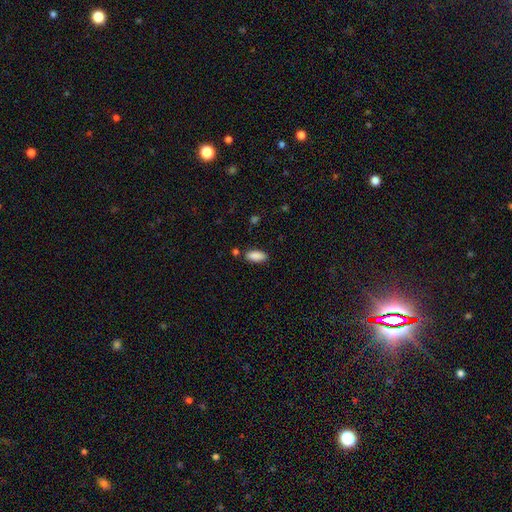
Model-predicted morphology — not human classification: smooth_or_featured: smooth (p=0.89) [alt: star or artifact p=0.07]
how_rounded: in between (p=0.83) [alt: cigar-shaped p=0.15]
merging: none (p=0.82) [alt: minor disturbance p=0.11]